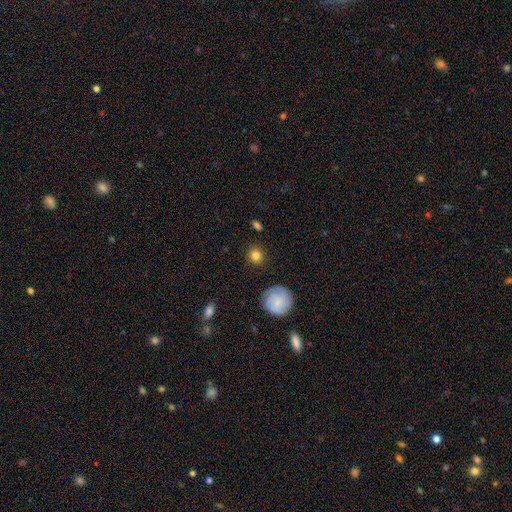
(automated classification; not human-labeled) The model was most divided on "smooth or featured": smooth: 81%, featured or disk: 10%, star or artifact: 9%. More confident: how rounded — round (92%); merging — none (88%).